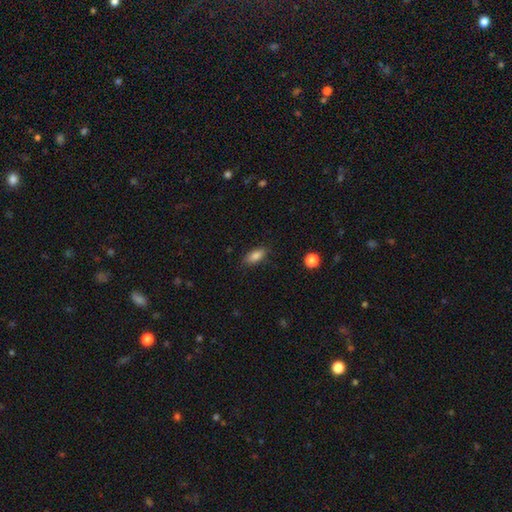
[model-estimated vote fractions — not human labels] A smooth galaxy with no disk features (84%) that is in between round and cigar-shaped (86%). Merging: none (84%).